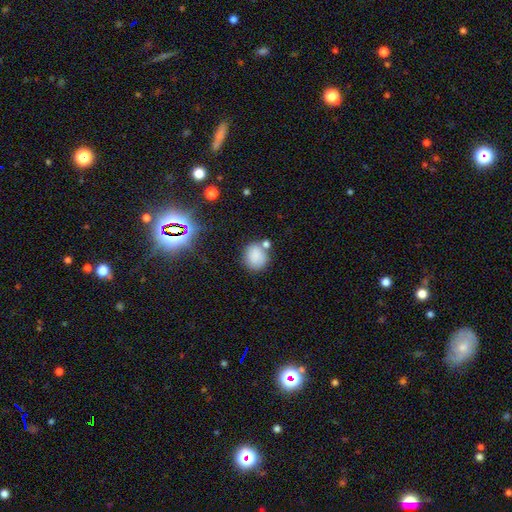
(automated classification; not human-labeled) This appears to be a smooth galaxy with no disk features (82%) that is round (79%). Merging: none (62%).